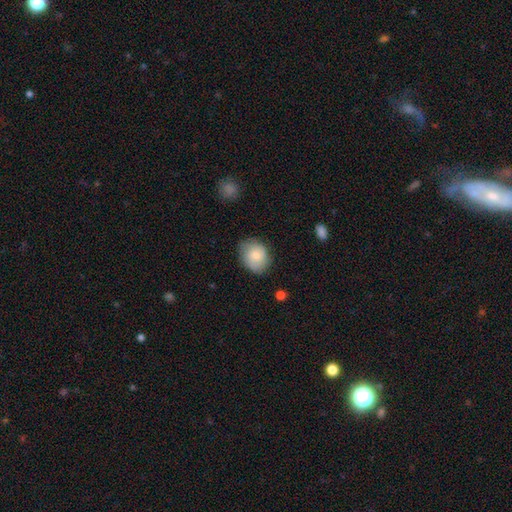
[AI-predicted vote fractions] Smooth or featured: smooth — 78% (featured or disk — 16%)
How rounded: in between — 53% (round — 46%)
Merging: none — 75% (minor disturbance — 20%)